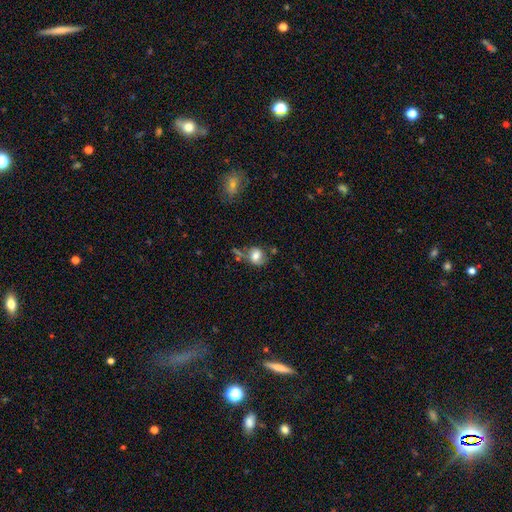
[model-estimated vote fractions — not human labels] Smooth or featured? smooth (63%)
How rounded? round (56%)
Merging? none (47%)